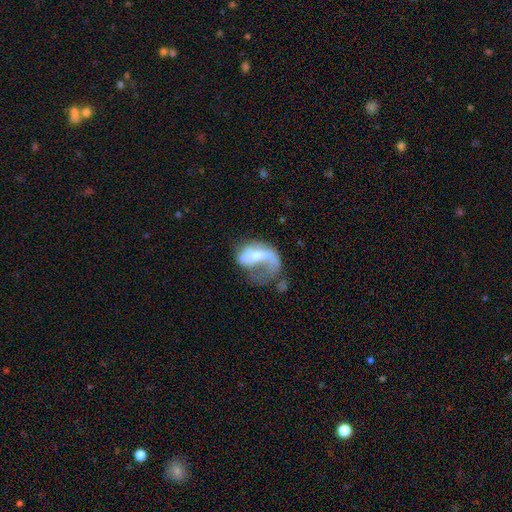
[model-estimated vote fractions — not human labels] Smooth or featured? featured or disk (57%)
Edge-on disk? no (95%)
Bar? no (44%)
Spiral arms? yes (51%)
Bulge size? moderate (40%)
Merging? major disturbance (57%)